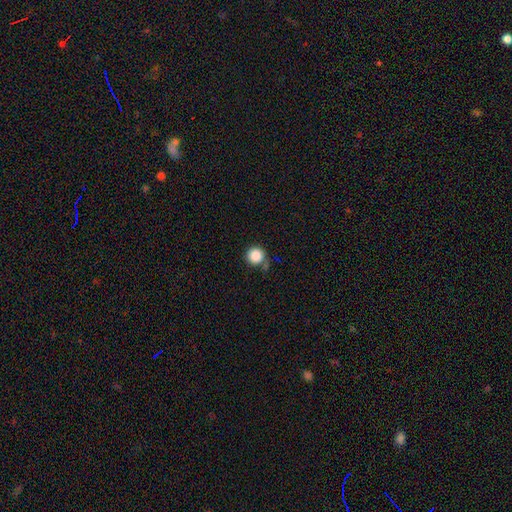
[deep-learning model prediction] The model was most divided on "merging": none: 74%, minor disturbance: 14%, merger: 7%, major disturbance: 4%. More confident: how rounded — round (95%); smooth or featured — smooth (87%).